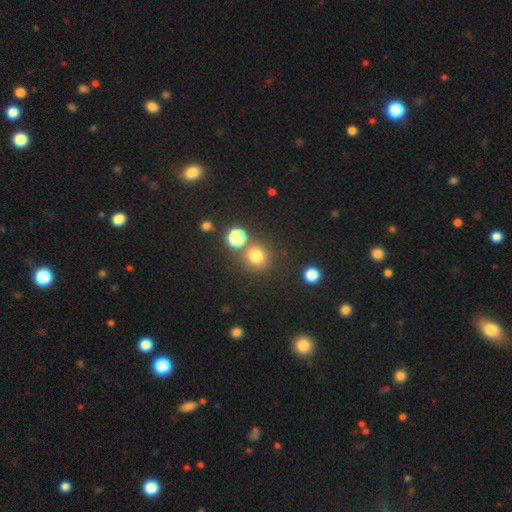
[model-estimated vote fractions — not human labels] smooth 75%, star or artifact 18%, featured or disk 6%. Down the decision tree: how rounded — round (89%); merging — none (76%).